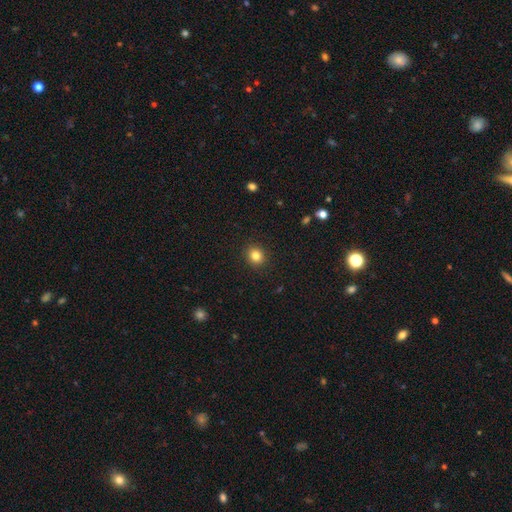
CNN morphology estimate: Smooth or featured? Predicted: smooth (p=0.83). How rounded? Predicted: round (p=0.79). Merging? Predicted: none (p=0.91).